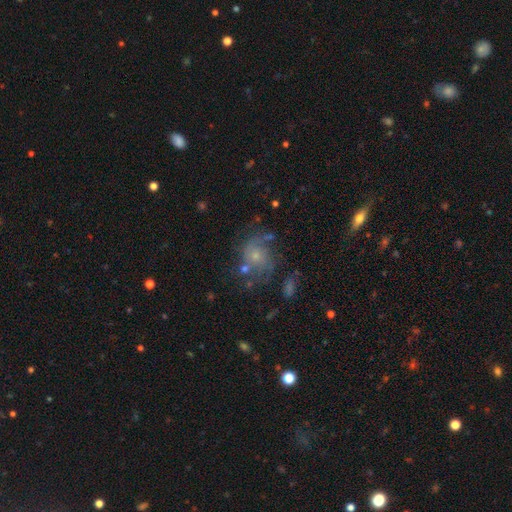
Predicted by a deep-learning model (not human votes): Q: Smooth or featured?
A: featured or disk (57%); runner-up: smooth (29%)
Q: Edge-on disk?
A: no (97%); runner-up: yes (3%)
Q: Bar?
A: no (80%); runner-up: weak (17%)
Q: Spiral arms?
A: yes (77%); runner-up: no (23%)
Q: Bulge size?
A: small (55%); runner-up: moderate (35%)
Q: Merging?
A: none (52%); runner-up: minor disturbance (22%)